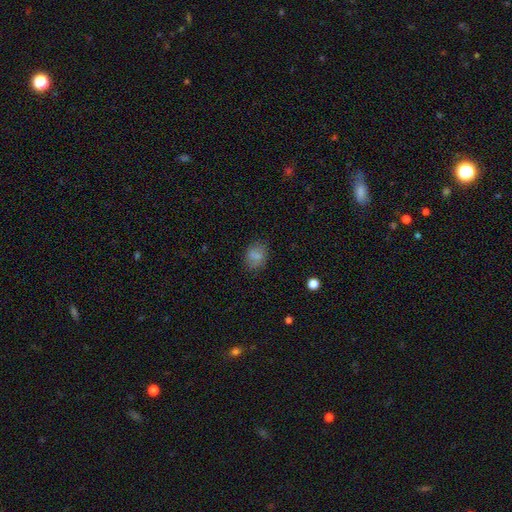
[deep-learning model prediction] This is likely a smooth galaxy (79%). How rounded: possibly in between (52%). Merging: likely none (77%).